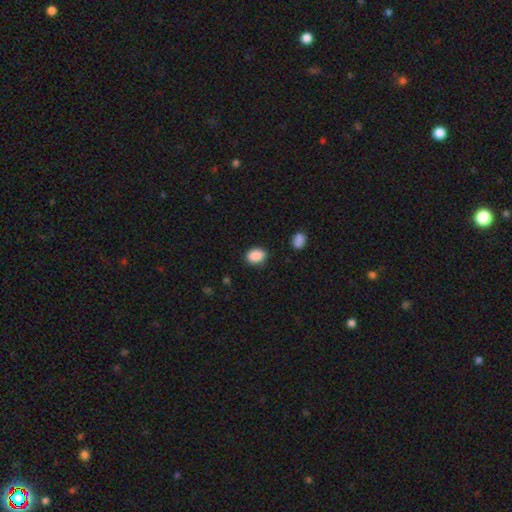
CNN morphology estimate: smooth-or-featured: smooth: 89% | star or artifact: 8% | featured or disk: 3%
  how-rounded: in between: 68% | round: 31% | cigar-shaped: 1%
  merging: none: 83% | minor disturbance: 12% | major disturbance: 3% | merger: 2%